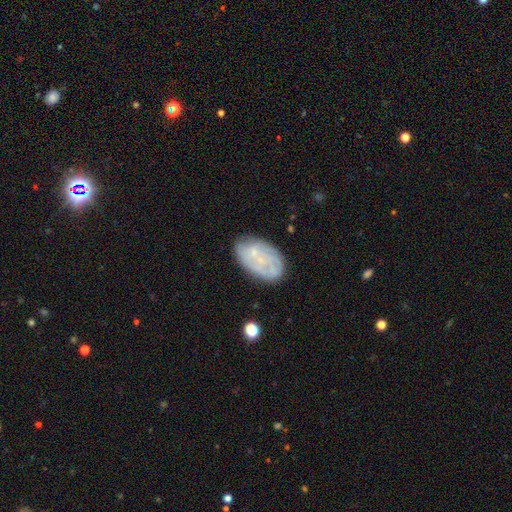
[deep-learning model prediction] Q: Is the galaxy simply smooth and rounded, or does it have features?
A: featured or disk — 46%.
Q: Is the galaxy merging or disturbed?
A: none — 73%.